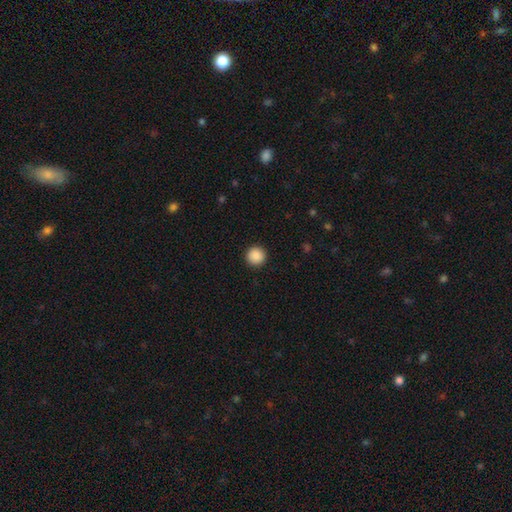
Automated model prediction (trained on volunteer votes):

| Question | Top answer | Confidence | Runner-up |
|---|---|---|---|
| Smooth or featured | smooth | 89% | star or artifact (8%) |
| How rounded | round | 96% | in between (3%) |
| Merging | none | 93% | minor disturbance (4%) |